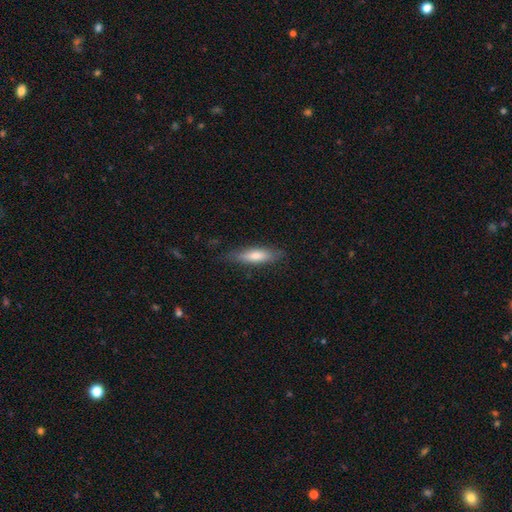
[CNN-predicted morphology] A smooth galaxy with no disk features (67%) that is cigar-shaped (68%). Merging: none (79%).